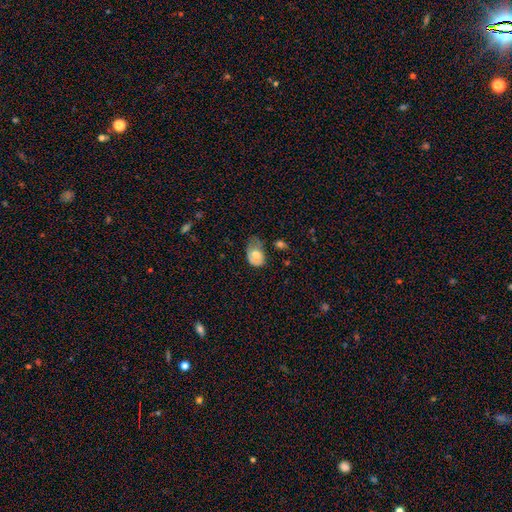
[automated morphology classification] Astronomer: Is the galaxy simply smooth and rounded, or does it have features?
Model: smooth — 69%.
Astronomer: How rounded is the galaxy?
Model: in between — 80%.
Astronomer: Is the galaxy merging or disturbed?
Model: minor disturbance — 42% (runner-up: major disturbance, 32%).